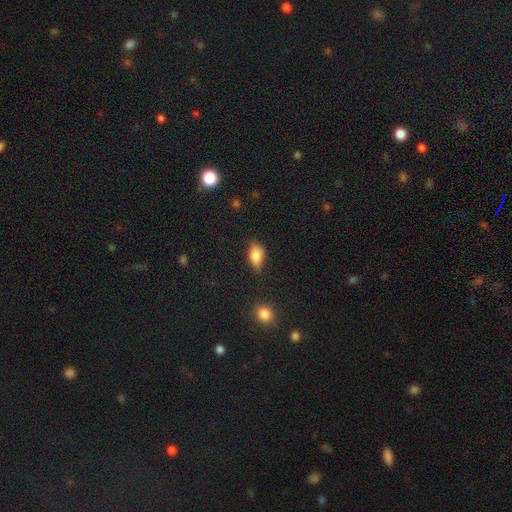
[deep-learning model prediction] smooth 76%, featured or disk 16%, star or artifact 8%. Down the decision tree: how rounded — in between (85%); merging — none (81%).